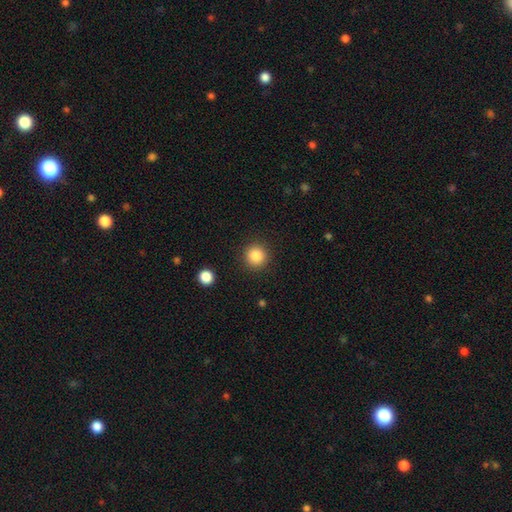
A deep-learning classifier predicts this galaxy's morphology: A smooth galaxy with no disk features (85%) that is round (94%).

Vote fractions:
- Smooth or featured? smooth: 85% / star or artifact: 10% / featured or disk: 5%
- How rounded? round: 94% / in between: 5% / cigar-shaped: 1%
- Merging? none: 90% / minor disturbance: 6% / major disturbance: 2% / merger: 1%